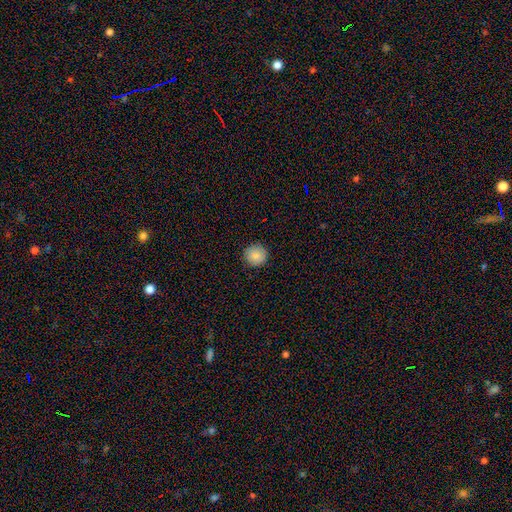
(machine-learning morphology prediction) Smooth or featured: smooth — 87% (star or artifact — 8%)
How rounded: round — 95% (in between — 4%)
Merging: none — 91% (minor disturbance — 6%)